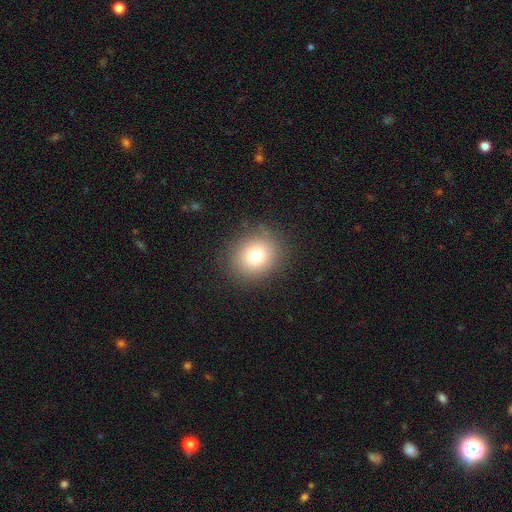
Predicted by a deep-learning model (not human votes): Smooth or featured? smooth (76%)
How rounded? round (76%)
Merging? none (86%)